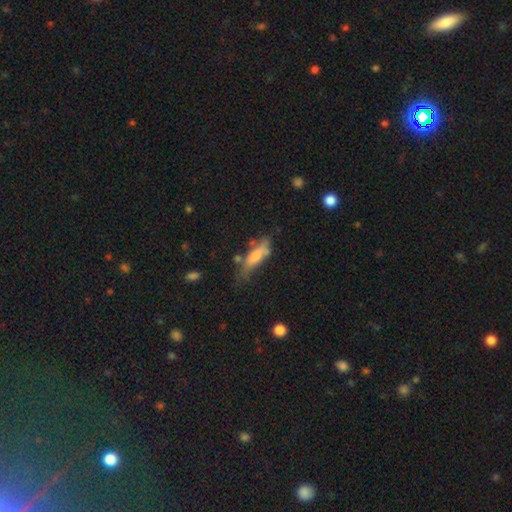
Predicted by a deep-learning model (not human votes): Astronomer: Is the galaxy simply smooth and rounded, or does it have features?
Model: smooth — 64%.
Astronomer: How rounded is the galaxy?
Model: cigar-shaped — 60% (runner-up: in between, 38%).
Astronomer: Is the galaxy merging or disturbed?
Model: none — 52% (runner-up: minor disturbance, 29%).